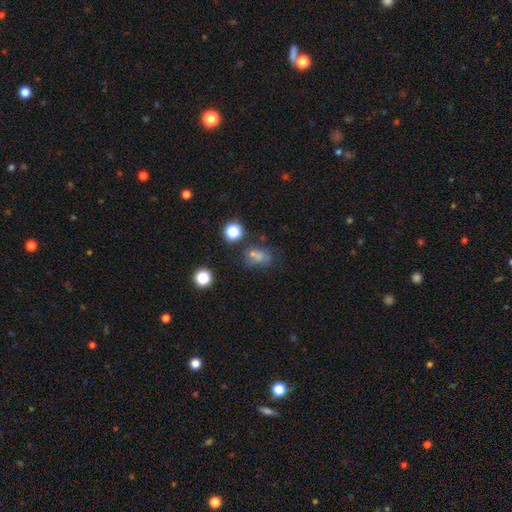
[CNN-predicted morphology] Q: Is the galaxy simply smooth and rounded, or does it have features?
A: smooth — 57%.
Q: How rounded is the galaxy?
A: in between — 52%.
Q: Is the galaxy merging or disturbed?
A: none — 51%.